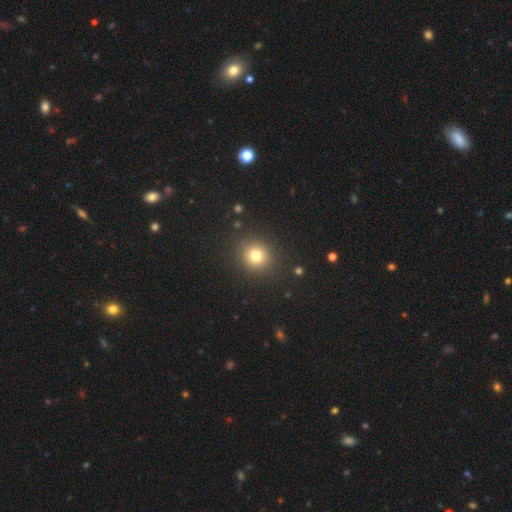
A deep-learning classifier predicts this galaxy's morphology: smooth-or-featured: smooth: 78% | star or artifact: 15% | featured or disk: 8%
  how-rounded: round: 89% | in between: 10% | cigar-shaped: 1%
  merging: none: 90% | minor disturbance: 6% | major disturbance: 3% | merger: 1%